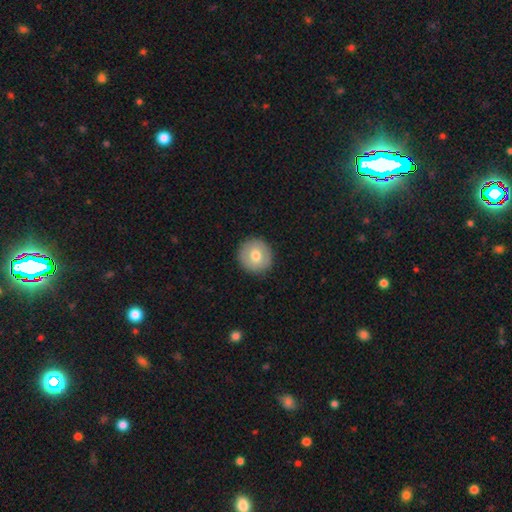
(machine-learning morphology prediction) This appears to be a smooth galaxy with no disk features (73%) that is round (93%). Merging: none (91%).